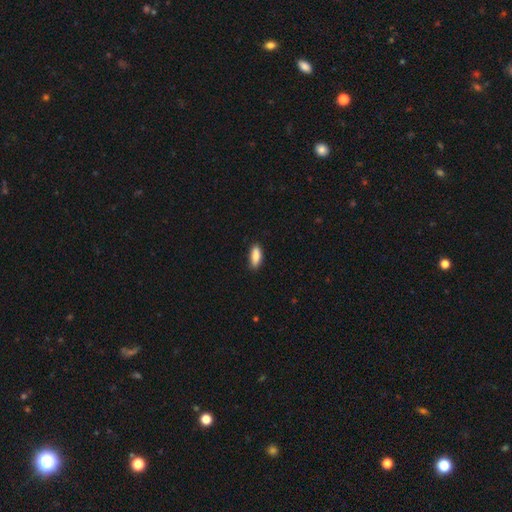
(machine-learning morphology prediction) smooth-or-featured: smooth: 87% | star or artifact: 7% | featured or disk: 6%
  how-rounded: in between: 74% | cigar-shaped: 23% | round: 2%
  merging: none: 81% | minor disturbance: 15% | major disturbance: 2% | merger: 1%